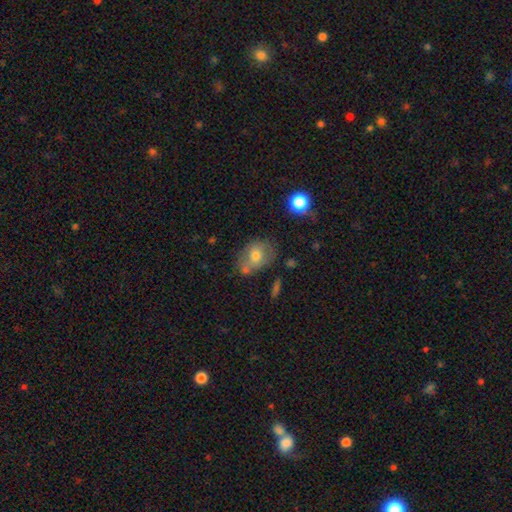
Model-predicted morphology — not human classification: type=smooth (67%); roundness=in between (61%); merging=none (51%).